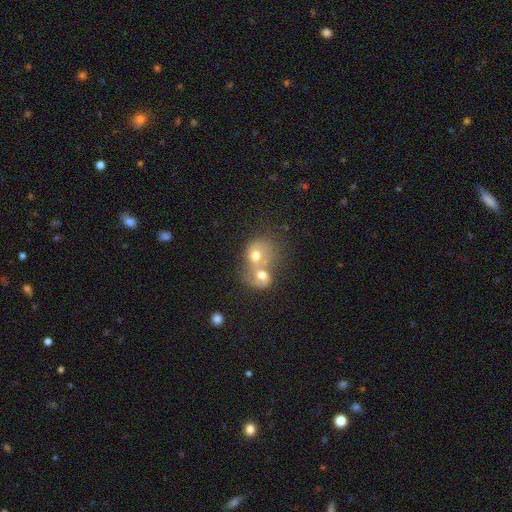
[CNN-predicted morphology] smooth-or-featured: smooth: 58% | featured or disk: 32% | star or artifact: 10%
  how-rounded: round: 60% | in between: 39% | cigar-shaped: 1%
  merging: merger: 78% | none: 11% | major disturbance: 6% | minor disturbance: 5%